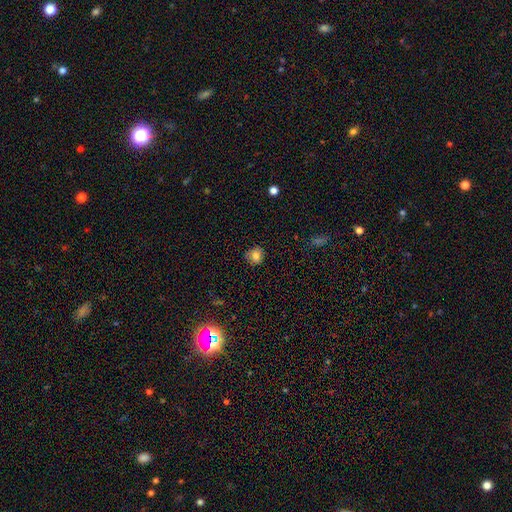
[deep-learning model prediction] This is likely a smooth galaxy (79%). How rounded: clearly round (82%). Merging: clearly none (81%).